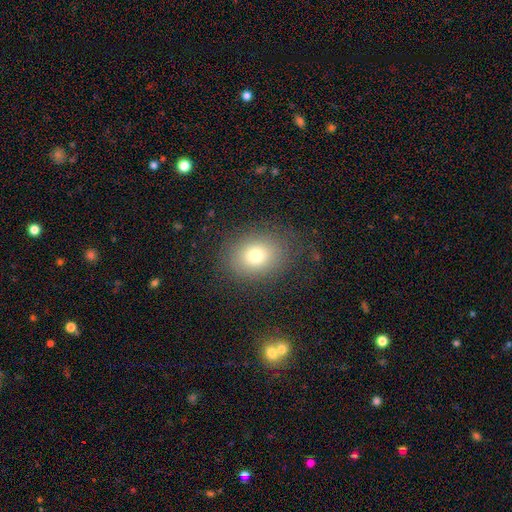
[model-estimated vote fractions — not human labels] This is likely a smooth galaxy (73%). How rounded: possibly round (51%). Merging: likely none (80%).